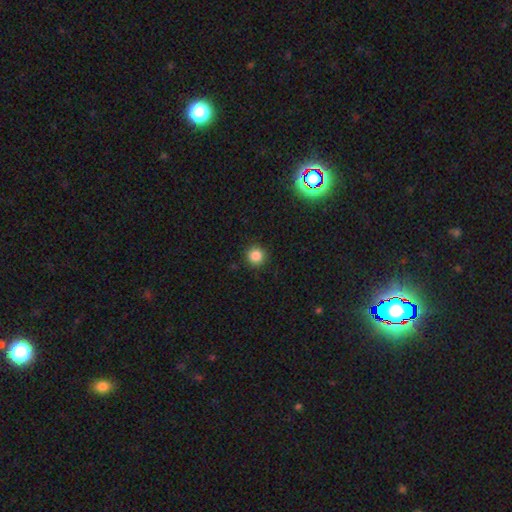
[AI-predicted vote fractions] Q: Smooth or featured?
A: smooth (85%); runner-up: star or artifact (12%)
Q: How rounded?
A: round (94%); runner-up: in between (5%)
Q: Merging?
A: none (90%); runner-up: minor disturbance (7%)